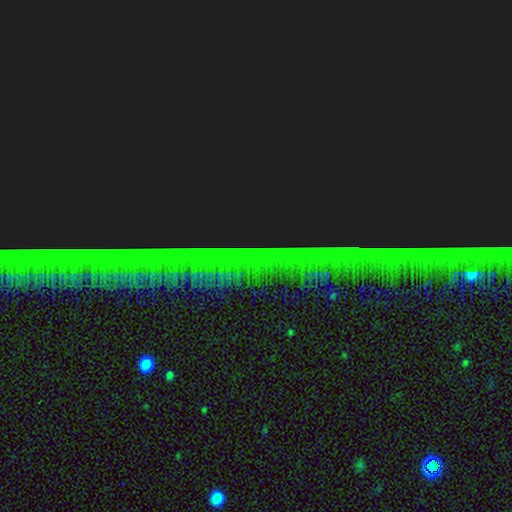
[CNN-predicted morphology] Smooth or featured: star or artifact — 85% (featured or disk — 8%)